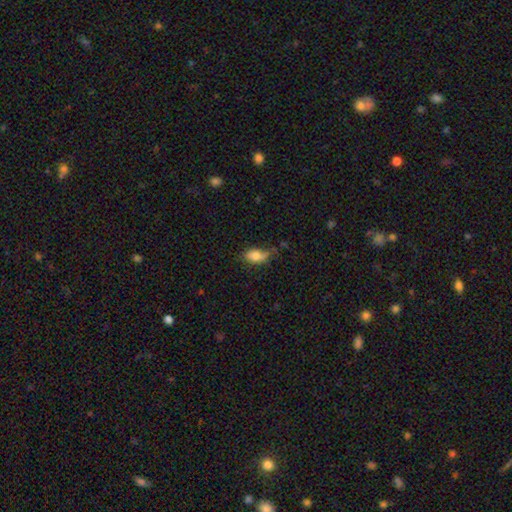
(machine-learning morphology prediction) Overall: smooth (77%). How rounded: in between (87%). Merging: none (52%; minor disturbance 33%).